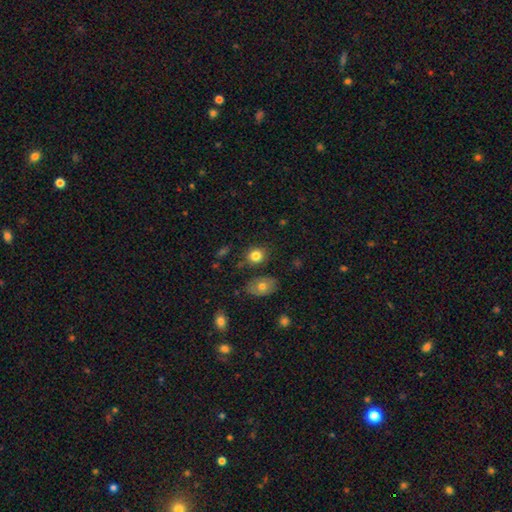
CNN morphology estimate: type=smooth (81%); roundness=round (67%); merging=none (78%).